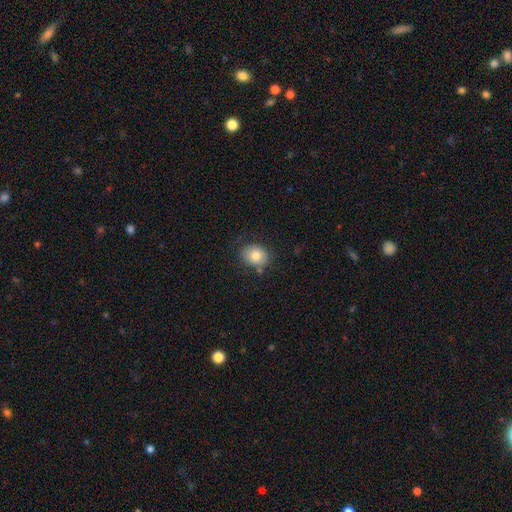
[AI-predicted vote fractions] The model was most divided on "how rounded": round: 57%, in between: 42%, cigar-shaped: 1%. More confident: smooth or featured — smooth (79%); merging — none (74%).